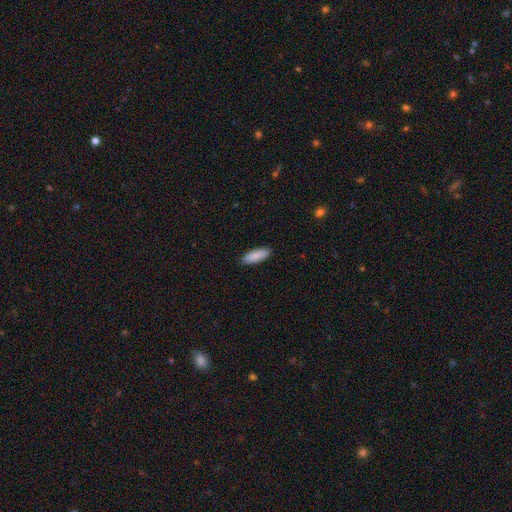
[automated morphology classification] type=smooth (90%); roundness=in between (60%); merging=none (90%).